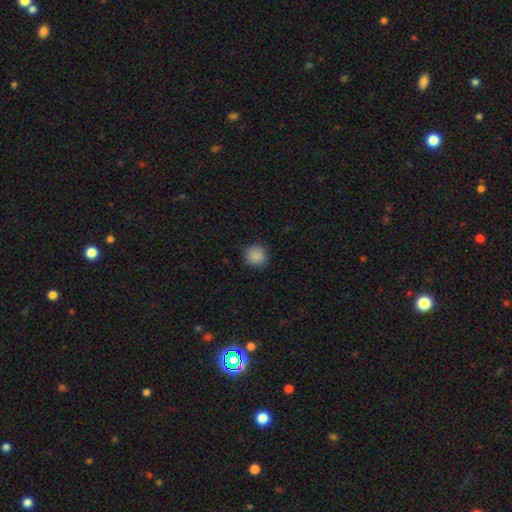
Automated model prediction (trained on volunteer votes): This is clearly a smooth galaxy (88%). How rounded: clearly round (92%). Merging: clearly none (88%).